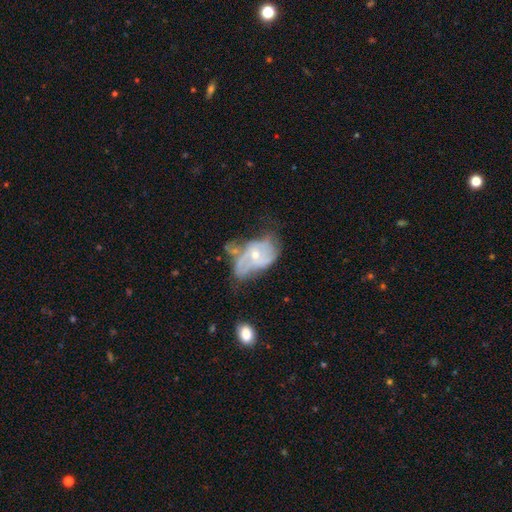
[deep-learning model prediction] smooth_or_featured: featured or disk (p=0.69) [alt: smooth p=0.23]
disk_edge_on: no (p=0.96) [alt: yes p=0.04]
bar: no (p=0.74) [alt: weak p=0.21]
has_spiral_arms: yes (p=0.60) [alt: no p=0.40]
bulge_size: small (p=0.56) [alt: moderate p=0.39]
merging: major disturbance (p=0.34) [alt: minor disturbance p=0.26]